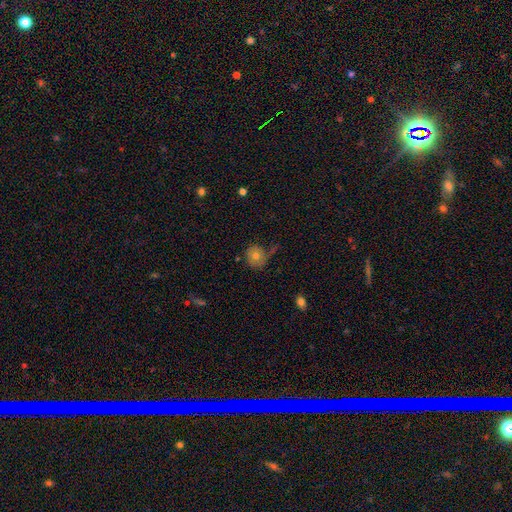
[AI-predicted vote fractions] This appears to be a smooth galaxy with no disk features (65%) that is round (83%). Merging: none (57%).